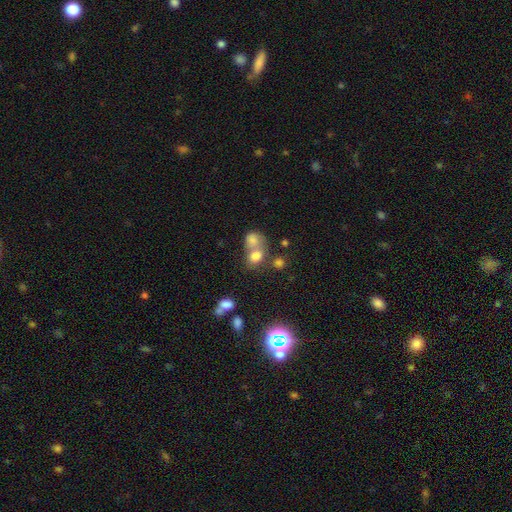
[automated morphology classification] Q: Smooth or featured?
A: smooth (76%); runner-up: star or artifact (12%)
Q: How rounded?
A: round (50%); runner-up: in between (49%)
Q: Merging?
A: merger (58%); runner-up: none (28%)